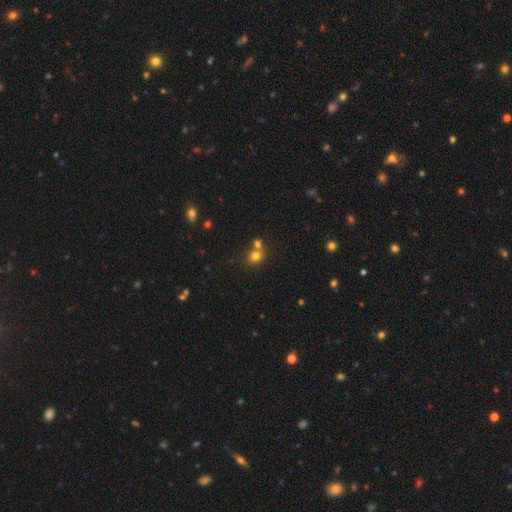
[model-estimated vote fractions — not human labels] Morphology: type=smooth (76%); roundness=round (71%); merging=none (52%).